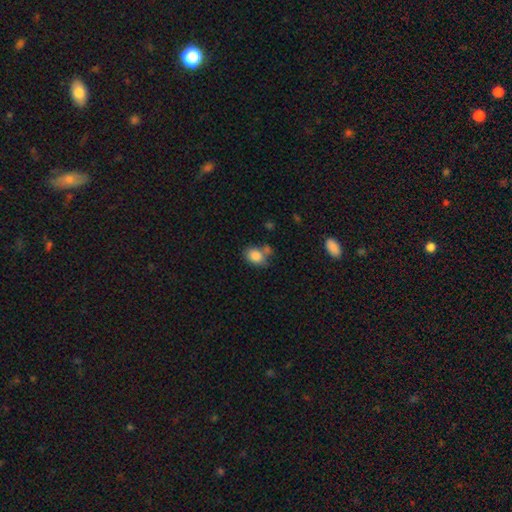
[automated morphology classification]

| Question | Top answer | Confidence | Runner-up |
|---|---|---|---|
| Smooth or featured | smooth | 85% | star or artifact (9%) |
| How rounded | in between | 65% | round (34%) |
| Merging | none | 51% | merger (22%) |